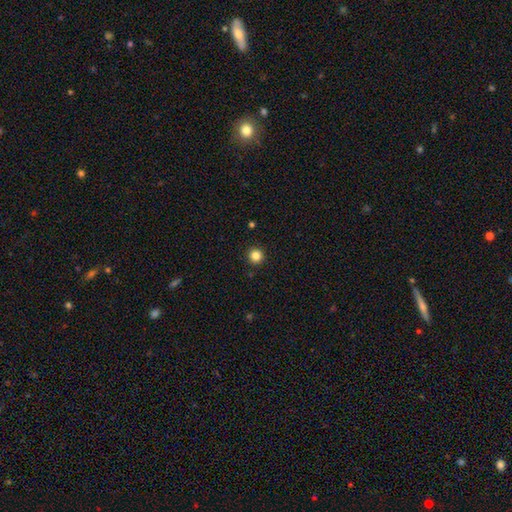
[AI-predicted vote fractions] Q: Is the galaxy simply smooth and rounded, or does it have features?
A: smooth — 84%.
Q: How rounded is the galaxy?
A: round — 96%.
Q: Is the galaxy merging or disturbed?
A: none — 93%.